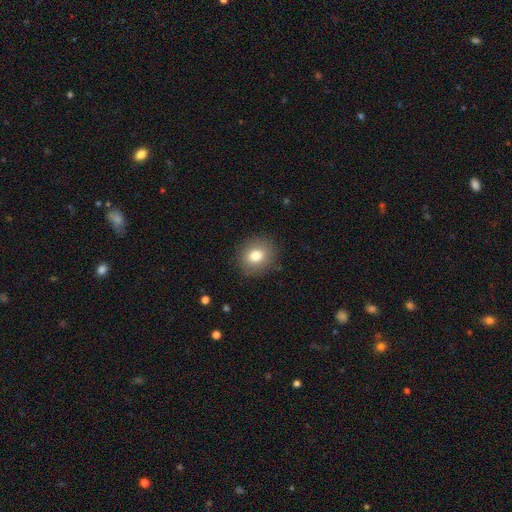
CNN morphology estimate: The model was most divided on "how rounded": round: 78%, in between: 21%, cigar-shaped: 1%. More confident: merging — none (88%); smooth or featured — smooth (79%).